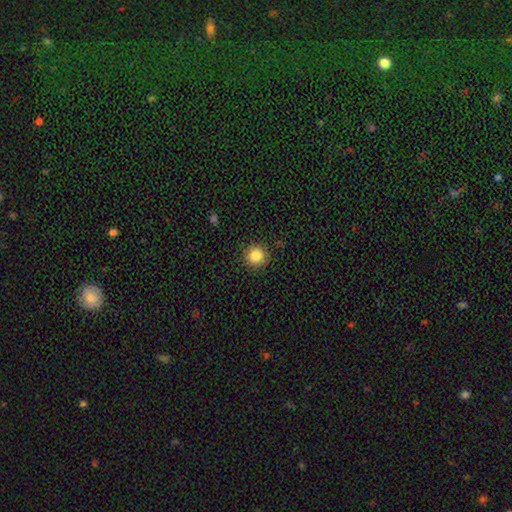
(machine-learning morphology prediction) Smooth or featured? smooth (85%)
How rounded? round (93%)
Merging? none (91%)